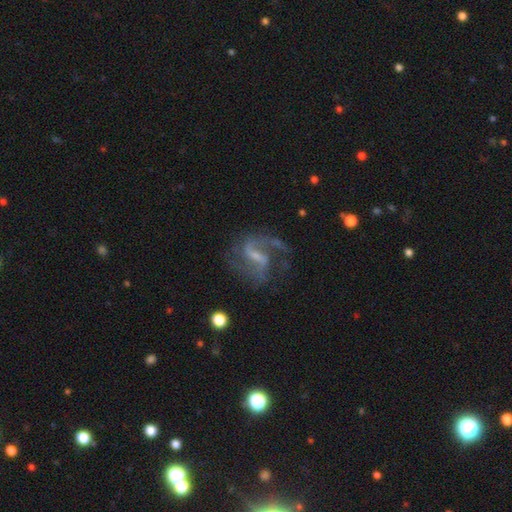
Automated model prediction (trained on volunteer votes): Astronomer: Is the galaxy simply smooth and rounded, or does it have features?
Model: featured or disk — 87%.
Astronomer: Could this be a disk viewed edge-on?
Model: no — 97%.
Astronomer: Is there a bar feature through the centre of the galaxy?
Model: weak — 49% (runner-up: strong, 36%).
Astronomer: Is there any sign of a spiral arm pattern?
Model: yes — 95%.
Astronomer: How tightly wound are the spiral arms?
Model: medium — 46% (runner-up: loose, 43%).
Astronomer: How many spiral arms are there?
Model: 2 — 76%.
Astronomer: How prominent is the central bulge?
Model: small — 50% (runner-up: none, 26%).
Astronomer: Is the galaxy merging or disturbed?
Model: none — 62%.